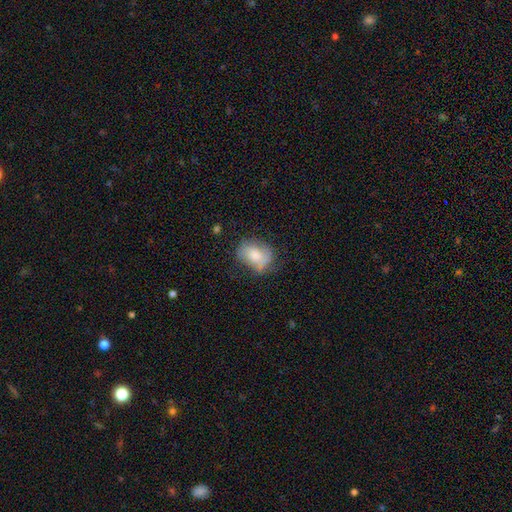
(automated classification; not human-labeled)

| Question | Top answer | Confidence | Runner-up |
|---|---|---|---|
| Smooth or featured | smooth | 64% | featured or disk (28%) |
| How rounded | in between | 72% | round (27%) |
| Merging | none | 44% | minor disturbance (34%) |